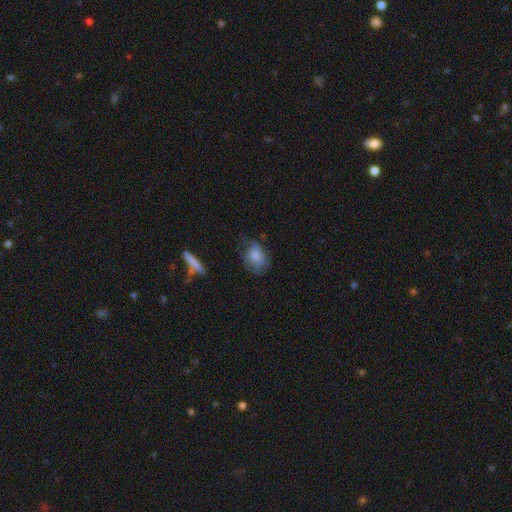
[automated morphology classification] smooth-or-featured: smooth: 81% | featured or disk: 12% | star or artifact: 8%
  how-rounded: in between: 69% | round: 29% | cigar-shaped: 2%
  merging: none: 52% | minor disturbance: 32% | major disturbance: 14% | merger: 2%